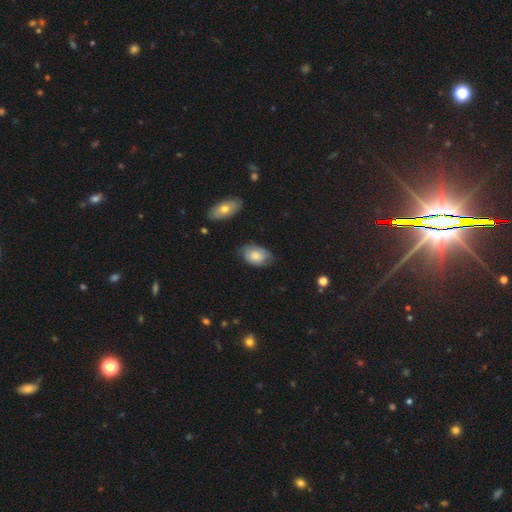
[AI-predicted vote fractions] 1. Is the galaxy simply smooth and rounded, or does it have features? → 70% smooth, 24% featured or disk, 7% star or artifact.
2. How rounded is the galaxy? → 85% in between, 13% round, 1% cigar-shaped.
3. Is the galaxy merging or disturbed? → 62% none, 28% minor disturbance, 7% major disturbance, 2% merger.